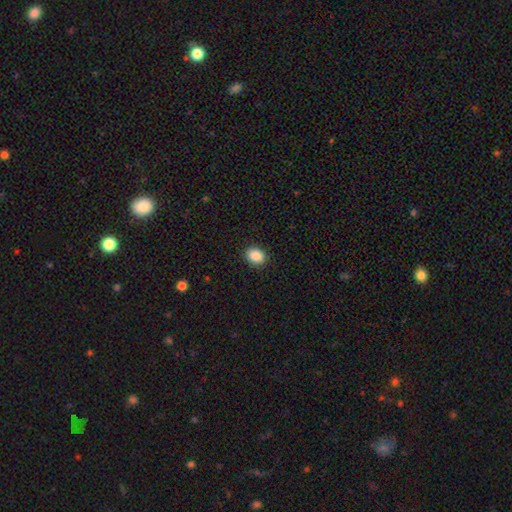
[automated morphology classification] smooth_or_featured: smooth (p=0.88) [alt: star or artifact p=0.08]
how_rounded: in between (p=0.62) [alt: round p=0.37]
merging: none (p=0.90) [alt: minor disturbance p=0.07]